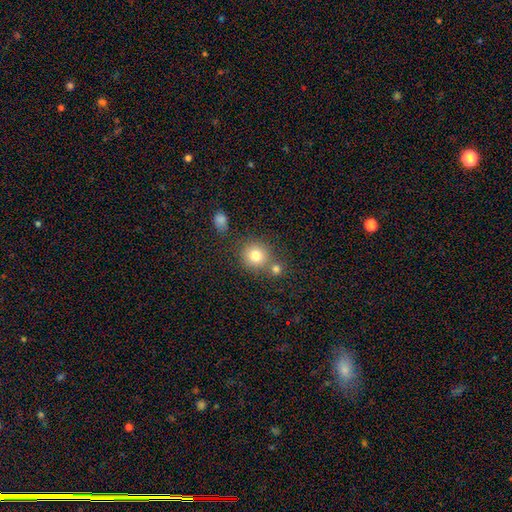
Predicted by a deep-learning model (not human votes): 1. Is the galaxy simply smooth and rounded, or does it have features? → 80% smooth, 12% star or artifact, 9% featured or disk.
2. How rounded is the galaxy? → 88% round, 11% in between, 1% cigar-shaped.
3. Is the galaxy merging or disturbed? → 64% none, 23% merger, 9% minor disturbance, 3% major disturbance.